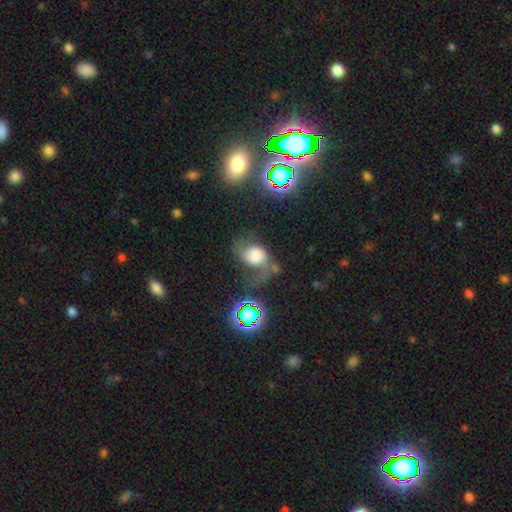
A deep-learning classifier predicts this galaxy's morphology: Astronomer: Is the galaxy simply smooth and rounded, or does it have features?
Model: featured or disk — 53% (runner-up: smooth, 33%).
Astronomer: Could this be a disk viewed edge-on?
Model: no — 96%.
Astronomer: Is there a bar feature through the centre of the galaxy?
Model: no — 70%.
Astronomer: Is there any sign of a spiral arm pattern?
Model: yes — 85%.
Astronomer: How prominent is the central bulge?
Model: large — 36% (runner-up: dominant, 23%).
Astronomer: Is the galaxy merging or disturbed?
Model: major disturbance — 36% (runner-up: none, 32%).